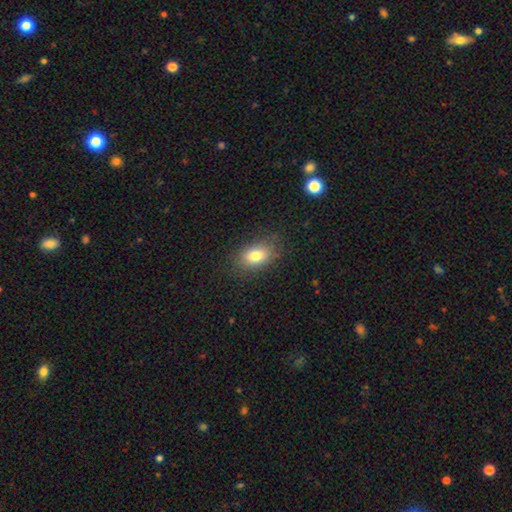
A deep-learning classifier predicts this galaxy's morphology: A smooth galaxy with no disk features (79%) that is in between round and cigar-shaped (81%). Merging: none (82%).